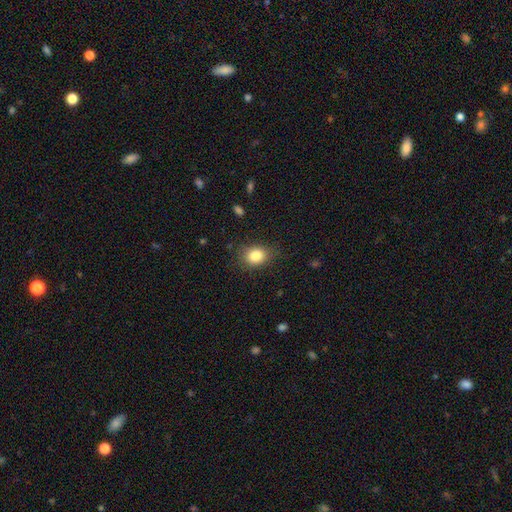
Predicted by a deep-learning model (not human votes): This is clearly a smooth galaxy (84%). How rounded: possibly in between (55%). Merging: likely none (80%).